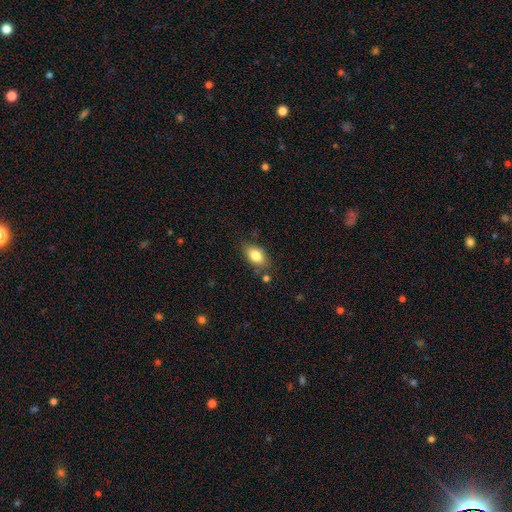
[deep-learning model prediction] smooth 82%, featured or disk 10%, star or artifact 8%. Down the decision tree: how rounded — in between (86%); merging — none (75%).